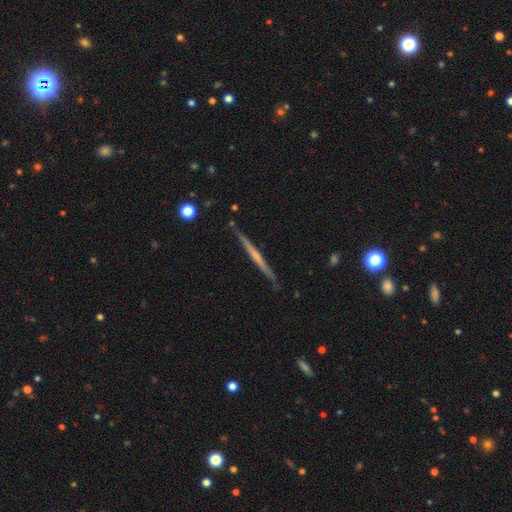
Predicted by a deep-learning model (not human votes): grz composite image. It shows a featured or disk galaxy (65%) viewed edge-on (98%) with no central bulge (66%). Merging: none (88%).